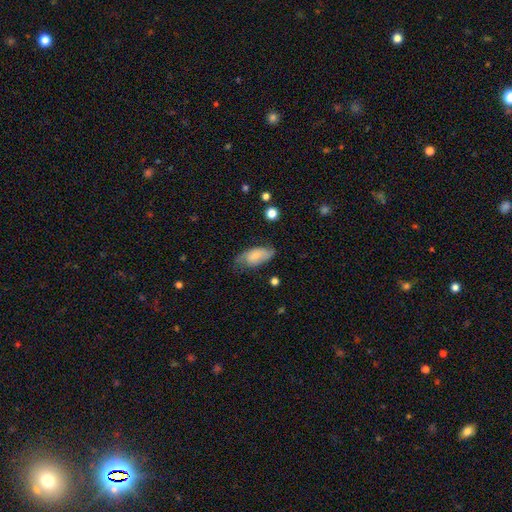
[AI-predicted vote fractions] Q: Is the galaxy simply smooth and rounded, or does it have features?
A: smooth — 61%.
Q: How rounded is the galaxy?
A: in between — 90%.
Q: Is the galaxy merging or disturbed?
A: none — 56%.